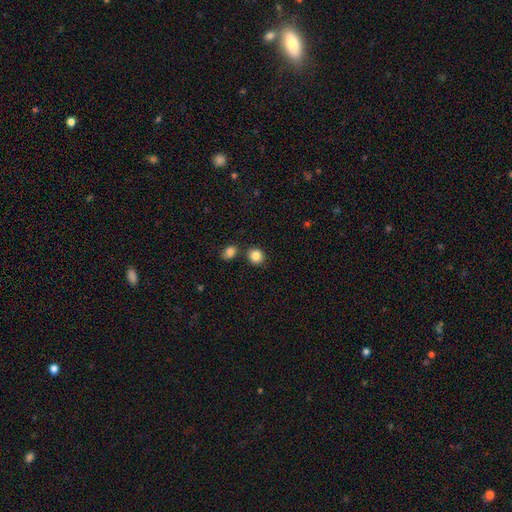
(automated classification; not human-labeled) Overall: smooth (85%). How rounded: round (81%). Merging: none (81%).